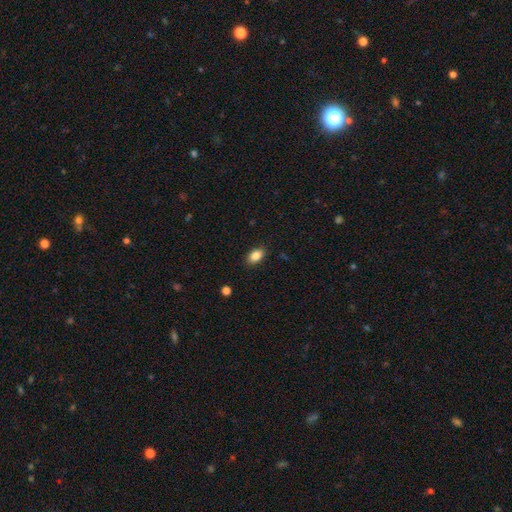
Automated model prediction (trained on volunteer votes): This is clearly a smooth galaxy (87%). How rounded: clearly in between (89%). Merging: clearly none (88%).